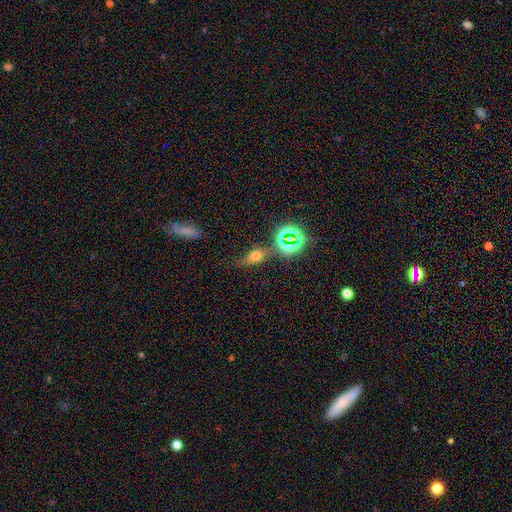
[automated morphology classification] smooth 53%, star or artifact 27%, featured or disk 19%. Down the decision tree: how rounded — in between (66%); merging — none (67%).